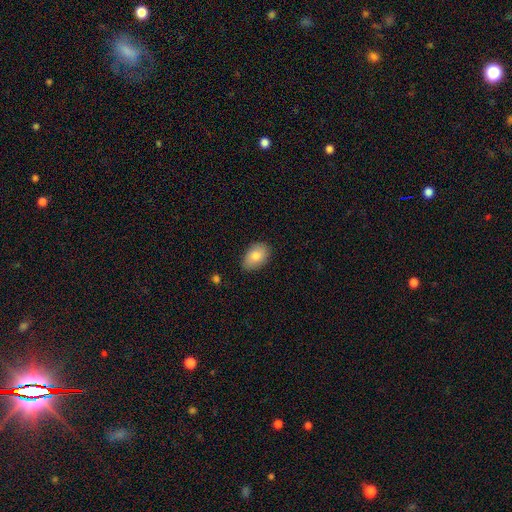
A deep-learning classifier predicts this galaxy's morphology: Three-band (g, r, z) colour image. It shows a smooth galaxy with no disk features (82%) that is in between round and cigar-shaped (87%). Merging: none (80%).